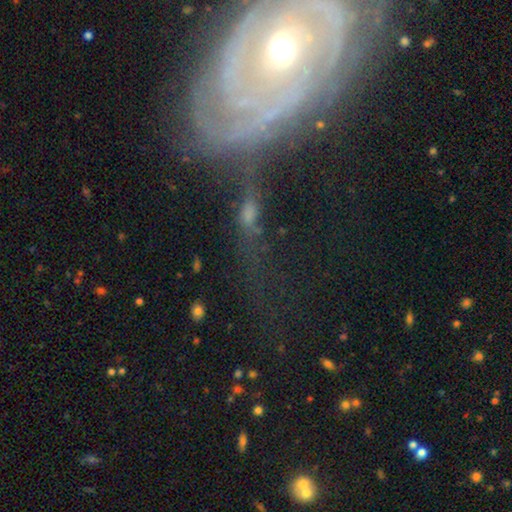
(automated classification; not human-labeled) Smooth or featured? Predicted: featured or disk (p=0.62). Edge-on disk? Predicted: no (p=0.82). Bar? Predicted: no (p=0.64). Spiral arms? Predicted: yes (p=0.68). Bulge size? Predicted: small (p=0.44). Merging? Predicted: none (p=0.46).